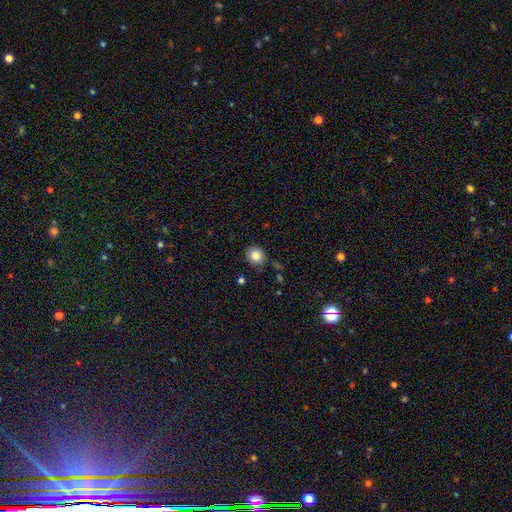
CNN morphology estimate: Smooth or featured? smooth (84%)
How rounded? round (84%)
Merging? none (87%)